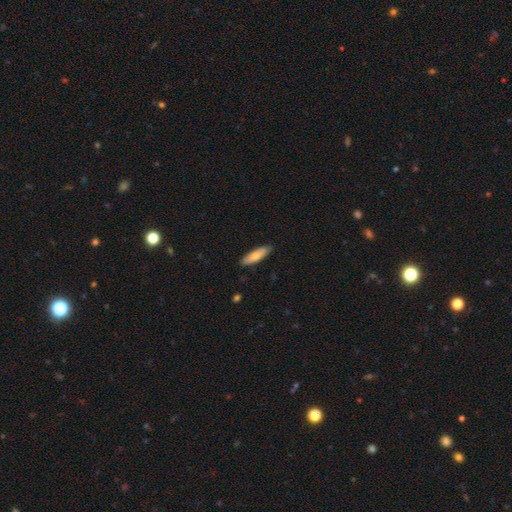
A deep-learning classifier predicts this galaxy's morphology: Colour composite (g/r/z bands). It shows a smooth galaxy with no disk features (75%) that is cigar-shaped (57%). Merging: none (87%).